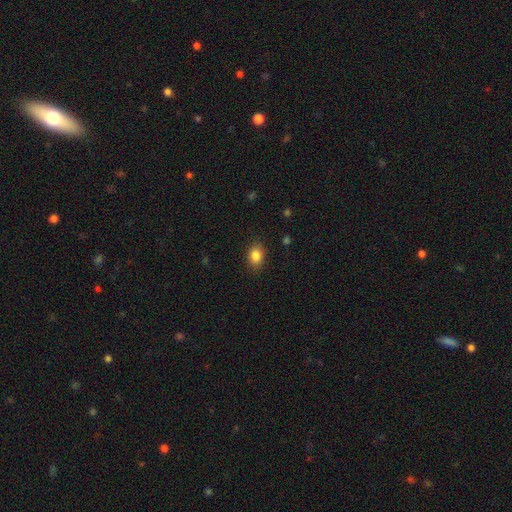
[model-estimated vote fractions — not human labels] A smooth galaxy with no disk features (85%) that is in between round and cigar-shaped (74%). Merging: none (86%).